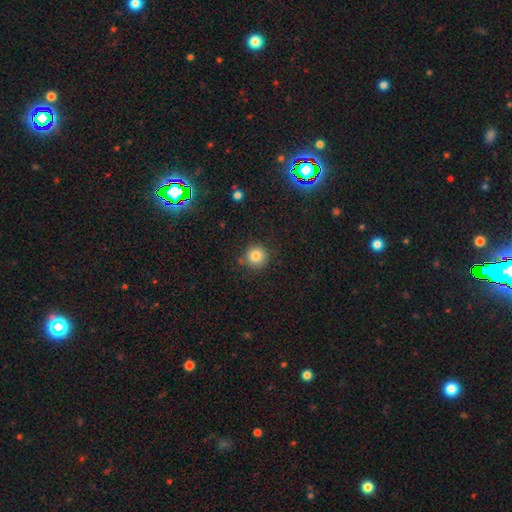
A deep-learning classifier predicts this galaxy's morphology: smooth_or_featured: smooth (p=0.83) [alt: star or artifact p=0.11]
how_rounded: round (p=0.94) [alt: in between p=0.05]
merging: none (p=0.84) [alt: minor disturbance p=0.10]